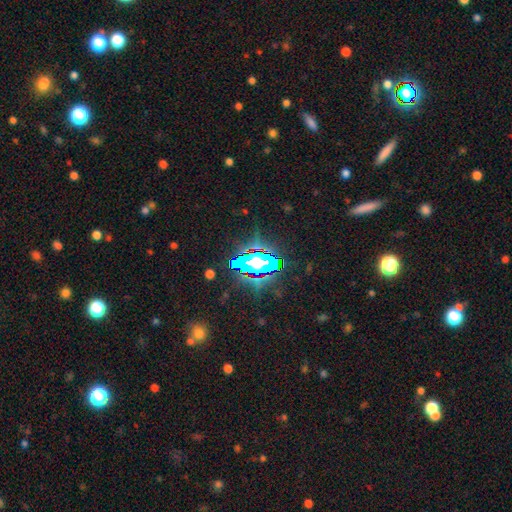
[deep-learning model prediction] The model was most divided on "smooth or featured": star or artifact: 77%, smooth: 13%, featured or disk: 10%.